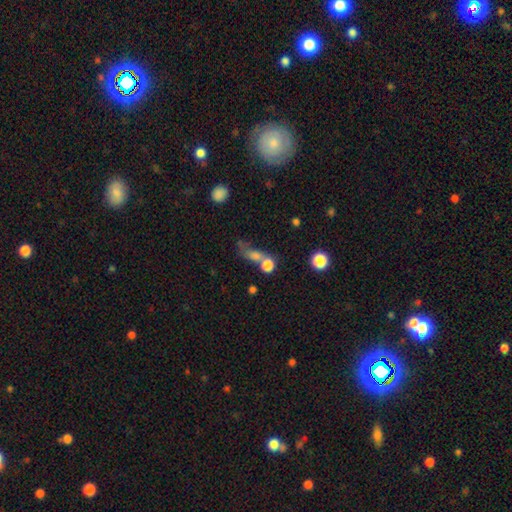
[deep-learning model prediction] Smooth or featured? smooth (59%)
How rounded? round (47%)
Merging? merger (37%)